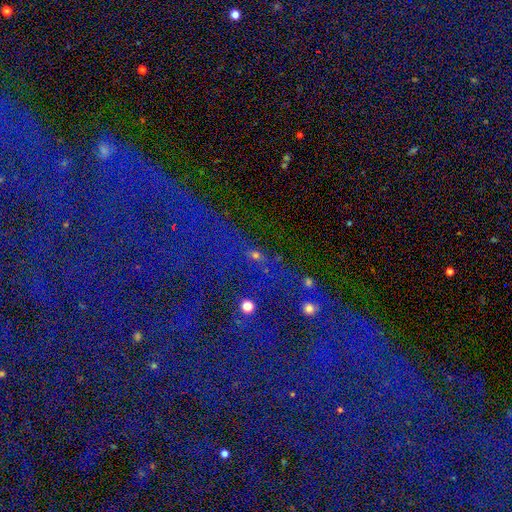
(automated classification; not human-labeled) smooth-or-featured: star or artifact: 60% | smooth: 25% | featured or disk: 15%